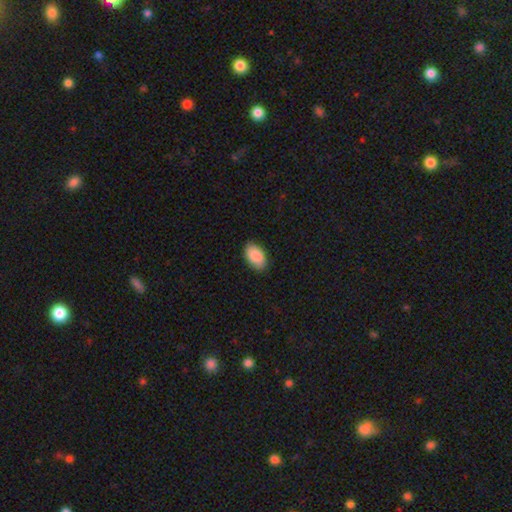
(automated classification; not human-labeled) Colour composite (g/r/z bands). It shows a smooth galaxy with no disk features (90%) that is in between round and cigar-shaped (95%). Merging: none (87%).